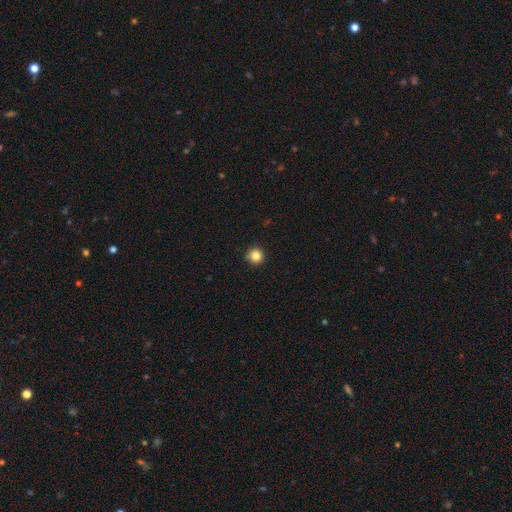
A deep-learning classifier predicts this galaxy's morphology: Smooth or featured? smooth (84%)
How rounded? round (95%)
Merging? none (88%)